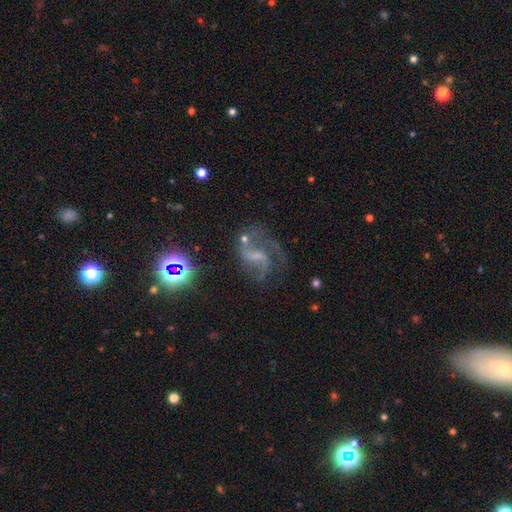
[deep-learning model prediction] featured or disk 72%, star or artifact 18%, smooth 10%. Down the decision tree: edge-on disk — no (97%); bar — weak (49%); spiral arms — yes (91%); spiral arm count — 2 (65%); spiral winding — medium (47%); bulge size — small (43%); merging — none (51%).